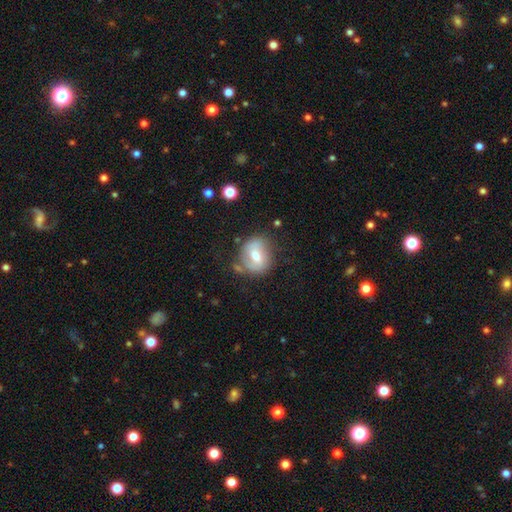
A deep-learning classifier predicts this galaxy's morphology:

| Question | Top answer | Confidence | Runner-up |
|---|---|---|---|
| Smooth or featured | smooth | 53% | featured or disk (39%) |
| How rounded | round | 61% | in between (37%) |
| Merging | none | 61% | minor disturbance (23%) |